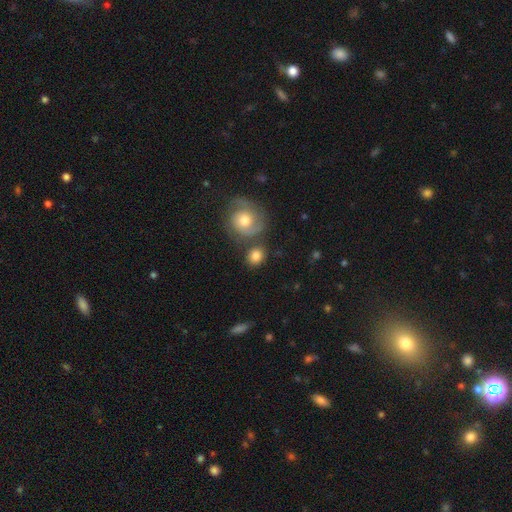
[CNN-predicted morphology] Smooth or featured? Predicted: smooth (p=0.77). How rounded? Predicted: round (p=0.73). Merging? Predicted: none (p=0.68).